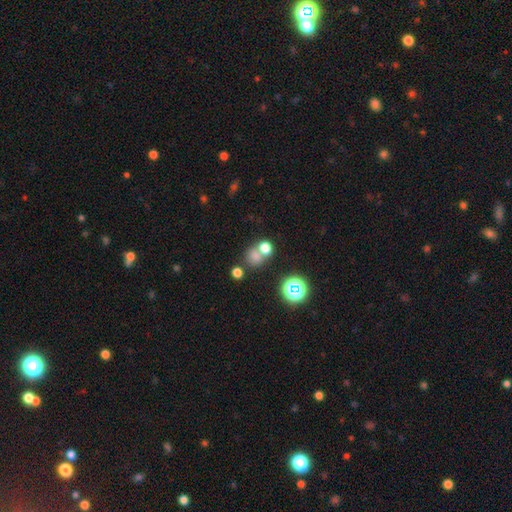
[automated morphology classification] smooth 69%, star or artifact 22%, featured or disk 10%. Down the decision tree: how rounded — round (70%); merging — none (47%).